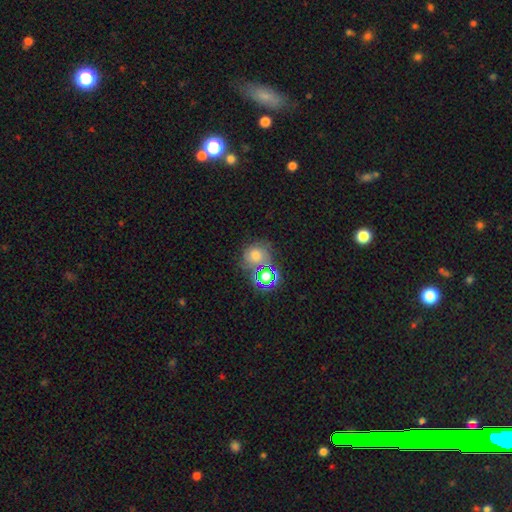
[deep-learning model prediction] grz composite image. It shows a smooth galaxy with no disk features (59%) that is round (78%). Merging: none (61%).